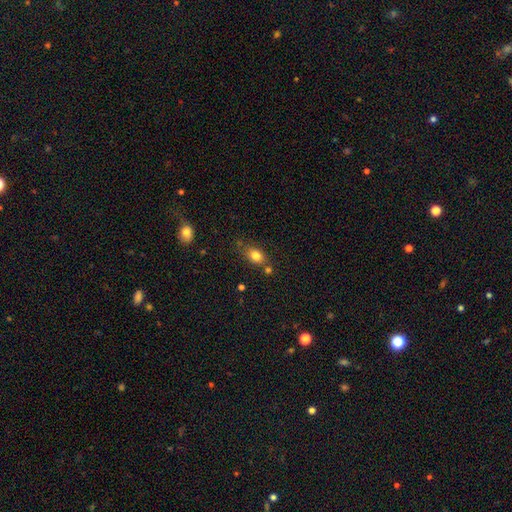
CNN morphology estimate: The model was most divided on "how rounded": in between: 72%, round: 26%, cigar-shaped: 2%. More confident: smooth or featured — smooth (82%); merging — none (66%).